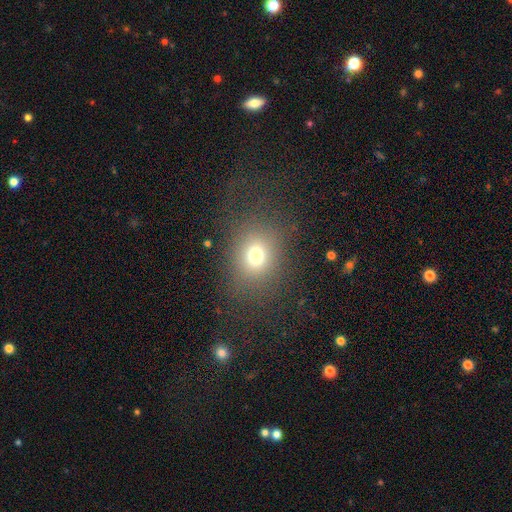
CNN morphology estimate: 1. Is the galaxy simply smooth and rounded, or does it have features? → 72% smooth, 18% star or artifact, 11% featured or disk.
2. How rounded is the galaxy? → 60% round, 38% in between, 1% cigar-shaped.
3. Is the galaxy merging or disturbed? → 76% none, 11% minor disturbance, 11% major disturbance, 2% merger.